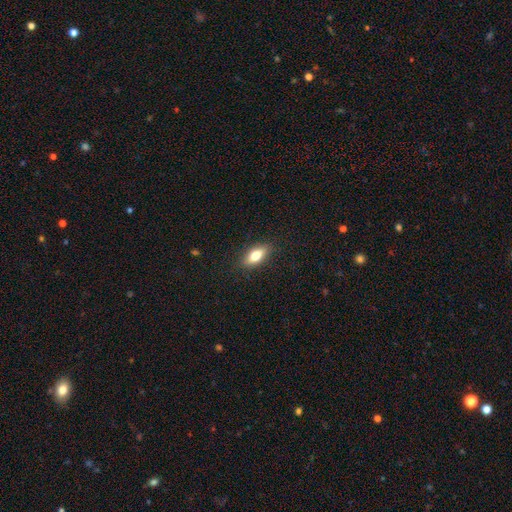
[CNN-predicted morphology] Smooth or featured? Predicted: smooth (p=0.71). How rounded? Predicted: in between (p=0.78). Merging? Predicted: none (p=0.87).